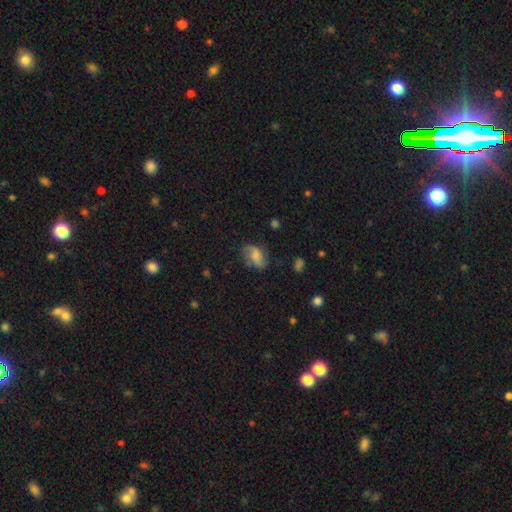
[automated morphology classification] This appears to be a smooth galaxy with no disk features (49%). Merging: none (58%).